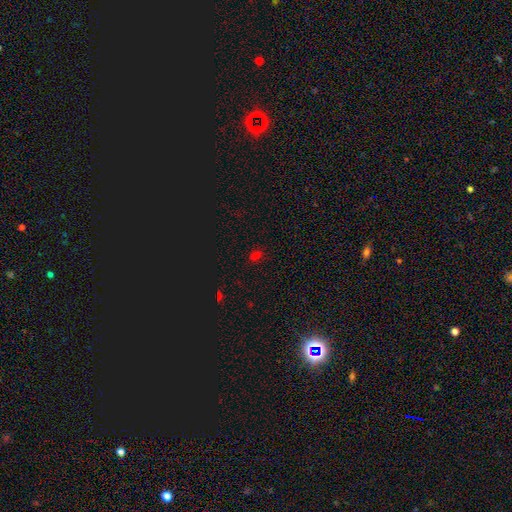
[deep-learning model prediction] Overall: smooth (61%; star or artifact 34%). How rounded: in between (49%, tied with round). Merging: none (85%).